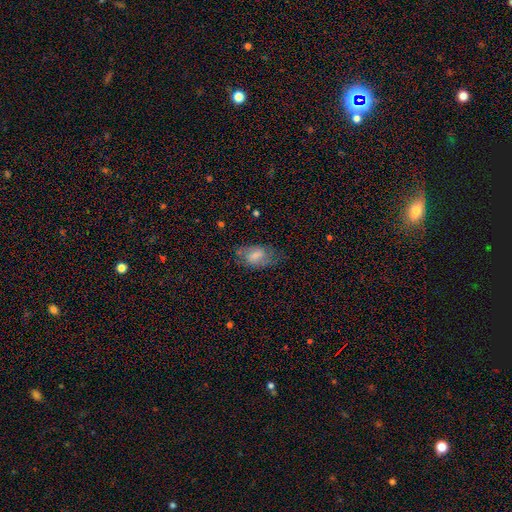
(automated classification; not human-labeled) Overall: smooth (53%; featured or disk 39%). How rounded: in between (90%). Merging: none (57%; minor disturbance 27%).